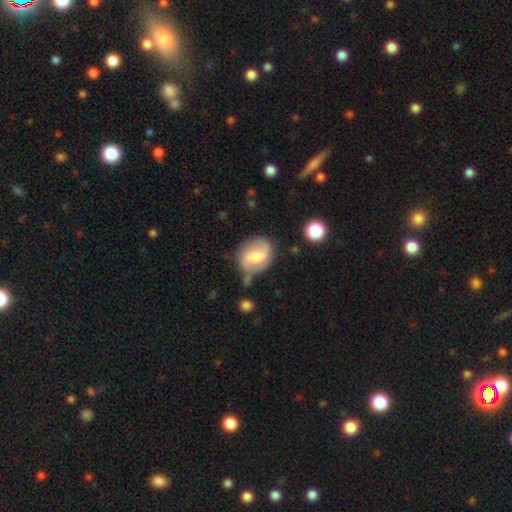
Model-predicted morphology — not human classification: A featured or disk galaxy (59%) with a weak bar (52%), spiral arms (87%) and a moderate central bulge (52%).

Vote fractions:
- Smooth or featured? featured or disk: 59% / smooth: 33% / star or artifact: 7%
- Edge-on disk? no: 97% / yes: 3%
- Bar? weak: 52% / no: 25% / strong: 22%
- Spiral arms? yes: 87% / no: 13%
- Bulge size? moderate: 52% / small: 23% / large: 16% / none: 6% / dominant: 2%
- Merging? none: 67% / minor disturbance: 21% / major disturbance: 7% / merger: 5%